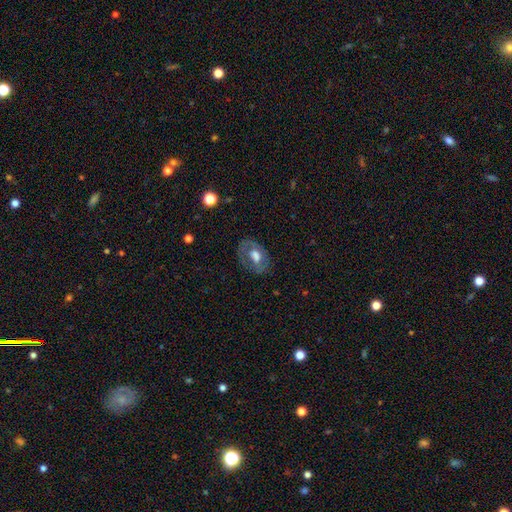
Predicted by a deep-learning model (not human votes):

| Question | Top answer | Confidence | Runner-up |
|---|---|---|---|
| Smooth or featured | featured or disk | 49% | smooth (43%) |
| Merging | none | 68% | minor disturbance (20%) |